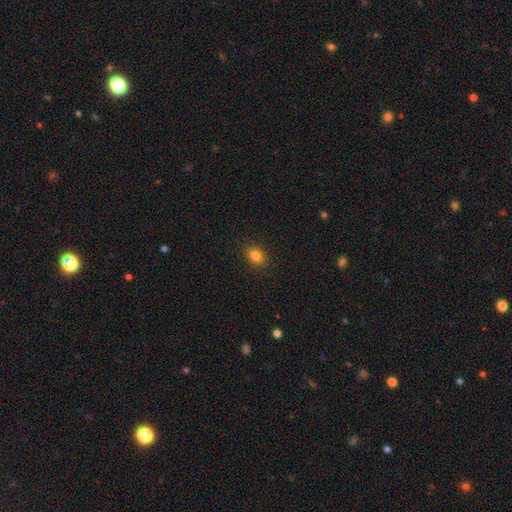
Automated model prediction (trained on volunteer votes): Morphology: type=smooth (82%); roundness=in between (54%); merging=none (90%).